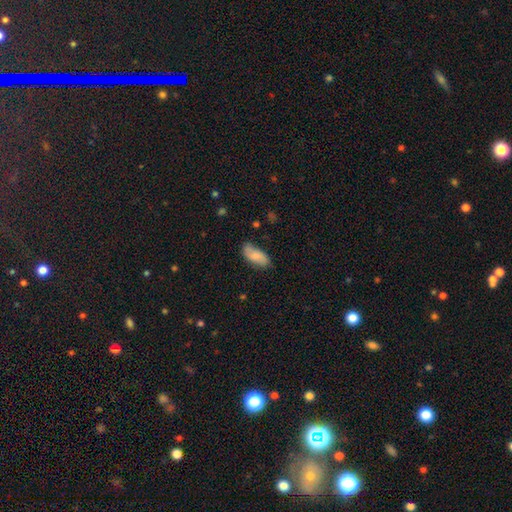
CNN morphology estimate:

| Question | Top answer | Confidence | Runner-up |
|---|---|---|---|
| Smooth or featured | smooth | 78% | featured or disk (16%) |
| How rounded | in between | 89% | cigar-shaped (9%) |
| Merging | none | 73% | minor disturbance (21%) |